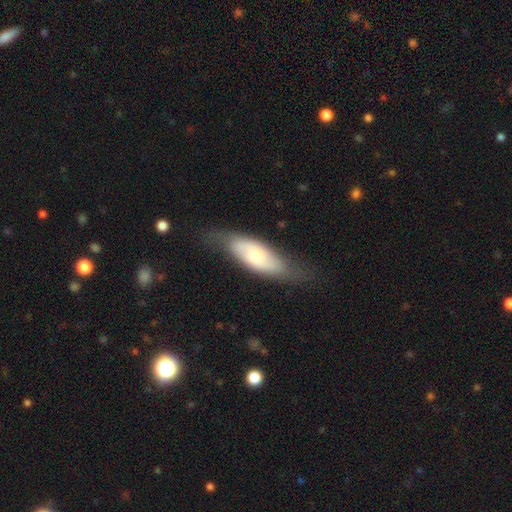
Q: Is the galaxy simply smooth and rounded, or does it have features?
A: featured or disk — 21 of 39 (54%).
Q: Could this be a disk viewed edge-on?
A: no — 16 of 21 (76%).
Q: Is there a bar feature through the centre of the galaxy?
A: no — 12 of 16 (75%).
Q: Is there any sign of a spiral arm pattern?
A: yes — 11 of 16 (69%).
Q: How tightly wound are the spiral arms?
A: loose — 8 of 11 (73%).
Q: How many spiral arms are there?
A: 2 — 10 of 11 (91%).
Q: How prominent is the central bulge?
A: moderate — 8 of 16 (50%).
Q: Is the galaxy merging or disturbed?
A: none — 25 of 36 (69%).